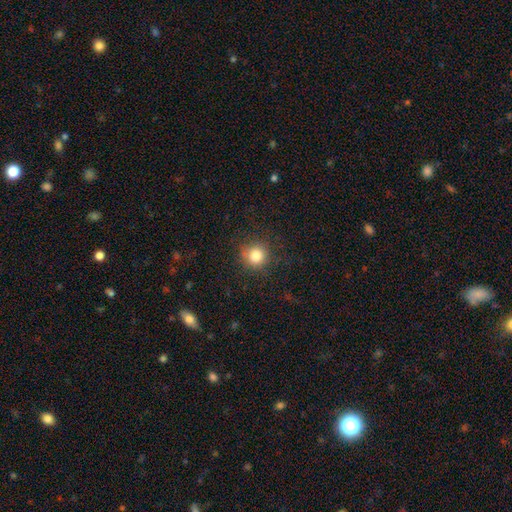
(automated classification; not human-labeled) A smooth galaxy with no disk features (81%) that is round (93%). Merging: none (87%).